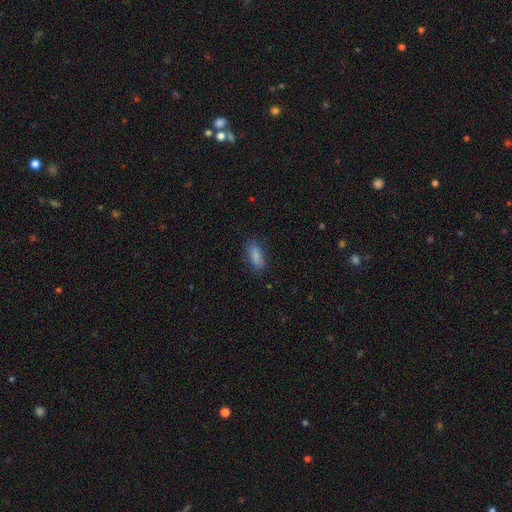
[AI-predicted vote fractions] This is clearly a smooth galaxy (85%). How rounded: likely in between (71%). Merging: likely none (77%).